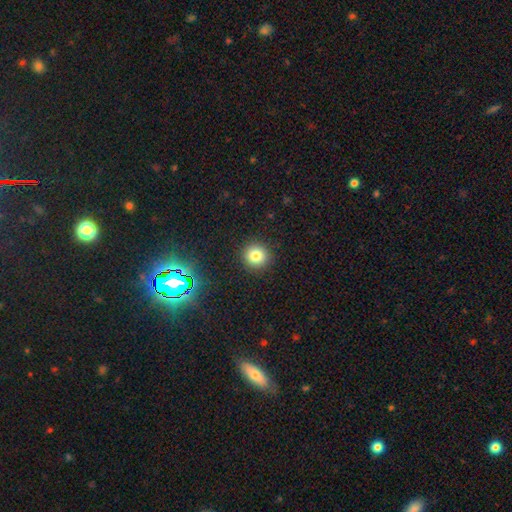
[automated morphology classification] type=smooth (79%); roundness=round (93%); merging=none (91%).